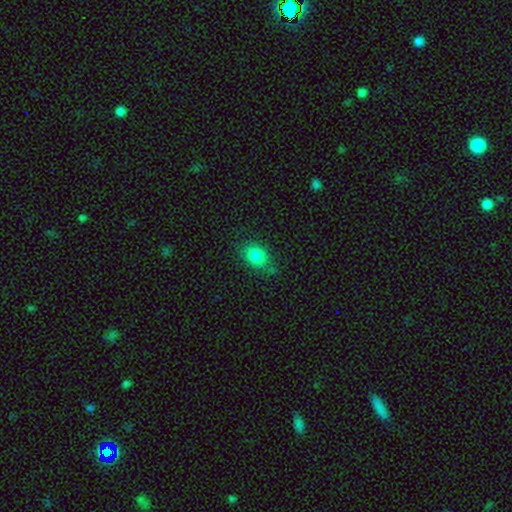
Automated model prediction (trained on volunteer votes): smooth_or_featured: smooth (p=0.84) [alt: star or artifact p=0.10]
how_rounded: in between (p=0.67) [alt: round p=0.32]
merging: none (p=0.73) [alt: minor disturbance p=0.19]